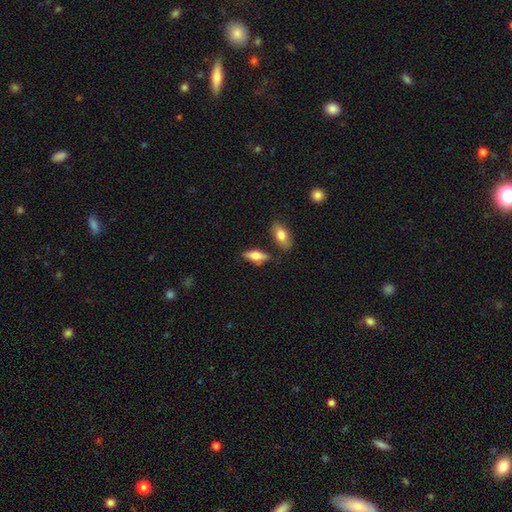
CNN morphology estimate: Smooth or featured? Predicted: smooth (p=0.59). How rounded? Predicted: in between (p=0.68). Merging? Predicted: none (p=0.73).